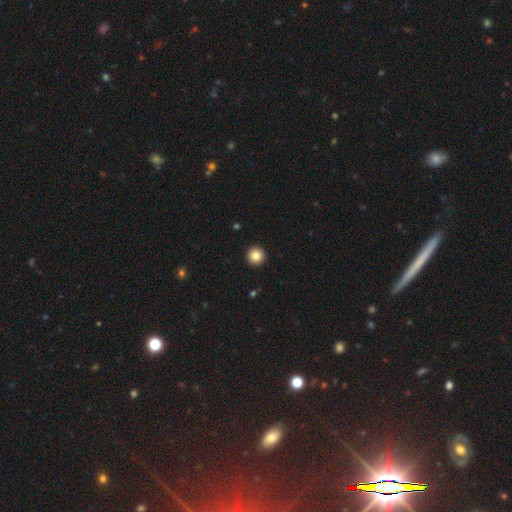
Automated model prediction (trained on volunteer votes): Overall: smooth (83%). How rounded: round (97%). Merging: none (94%).